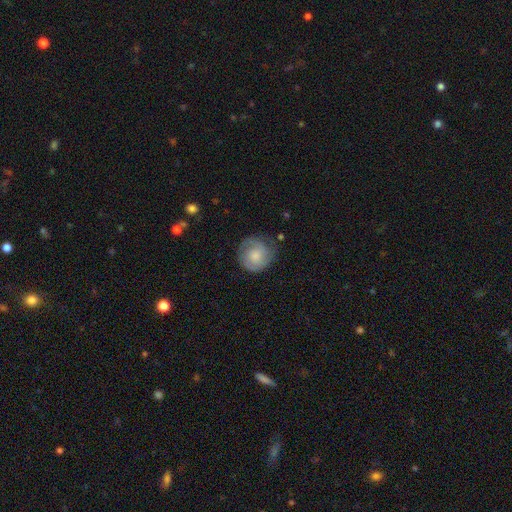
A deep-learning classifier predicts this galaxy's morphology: smooth 49%, featured or disk 44%, star or artifact 7%. Down the decision tree: merging — none (68%).